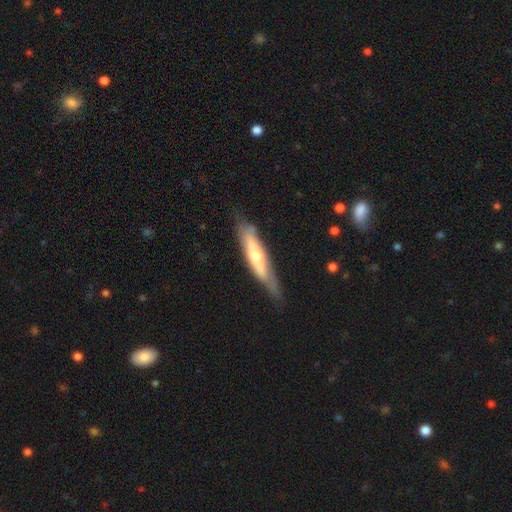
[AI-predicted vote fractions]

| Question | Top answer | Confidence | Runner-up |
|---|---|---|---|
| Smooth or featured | featured or disk | 57% | smooth (37%) |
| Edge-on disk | yes | 70% | no (30%) |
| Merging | none | 68% | minor disturbance (24%) |